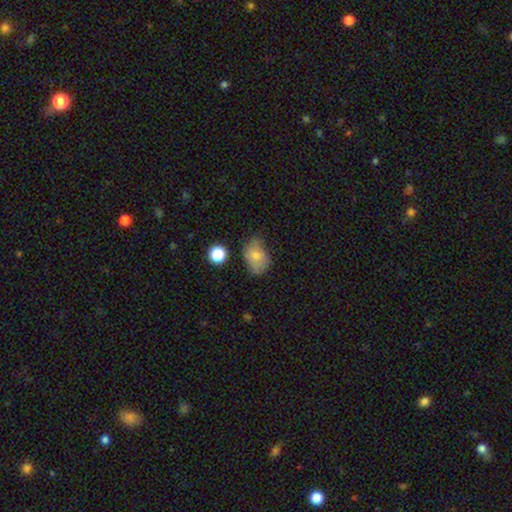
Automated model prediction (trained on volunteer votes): Overall: smooth (73%). How rounded: in between (69%; round 30%). Merging: none (49%; minor disturbance 37%).